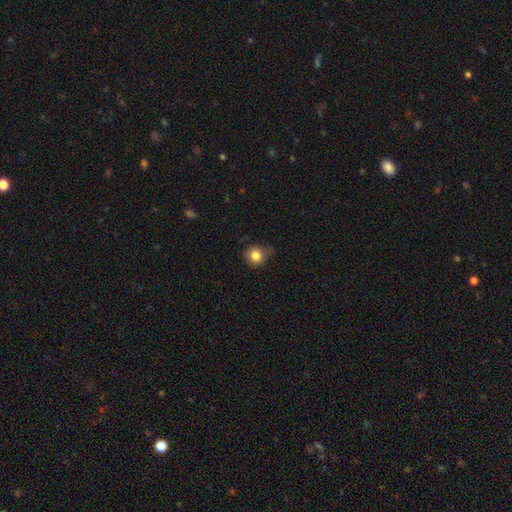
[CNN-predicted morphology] smooth-or-featured: smooth: 82% | star or artifact: 11% | featured or disk: 7%
  how-rounded: round: 87% | in between: 12% | cigar-shaped: 1%
  merging: none: 67% | minor disturbance: 25% | major disturbance: 6% | merger: 2%